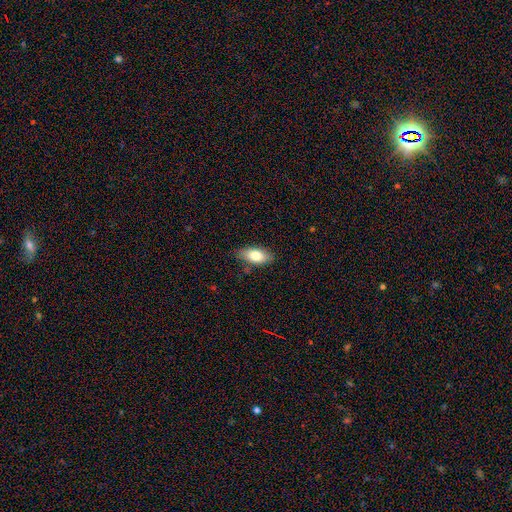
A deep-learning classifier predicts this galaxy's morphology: Q: Smooth or featured?
A: smooth (78%); runner-up: featured or disk (15%)
Q: How rounded?
A: in between (88%); runner-up: cigar-shaped (8%)
Q: Merging?
A: none (81%); runner-up: minor disturbance (15%)